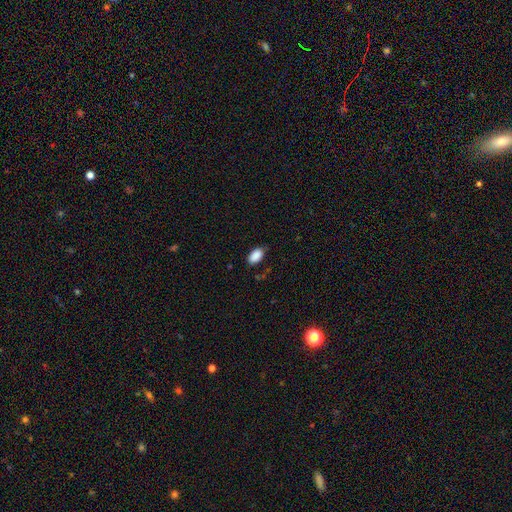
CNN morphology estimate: This appears to be a smooth galaxy with no disk features (90%) that is in between round and cigar-shaped (94%). Merging: none (80%).